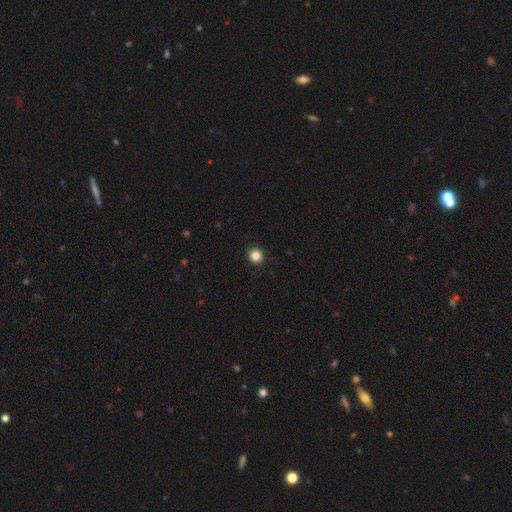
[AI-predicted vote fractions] This is clearly a smooth galaxy (85%). How rounded: clearly round (93%). Merging: clearly none (93%).